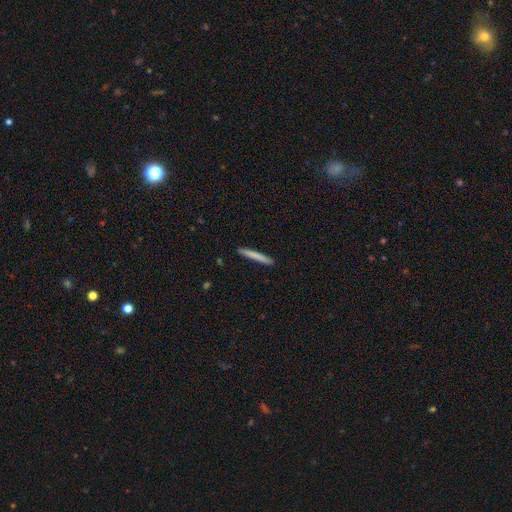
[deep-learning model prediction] Q: Smooth or featured?
A: smooth (77%); runner-up: featured or disk (17%)
Q: How rounded?
A: cigar-shaped (97%); runner-up: in between (2%)
Q: Merging?
A: none (92%); runner-up: minor disturbance (6%)